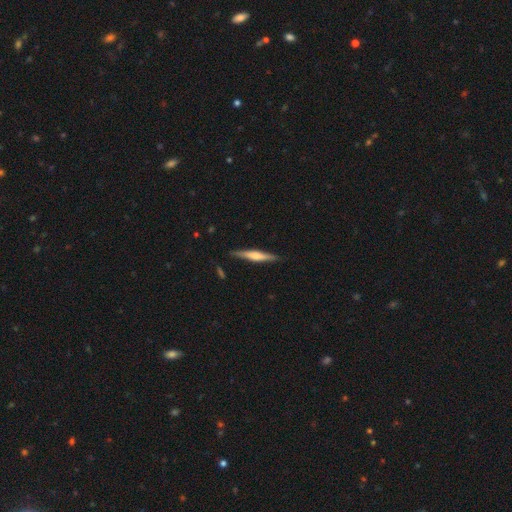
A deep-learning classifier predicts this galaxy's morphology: Overall: featured or disk (59%; smooth 36%). Edge-on disk: yes (97%). Edge-on bulge: rounded (64%; boxy 24%). Merging: none (88%).